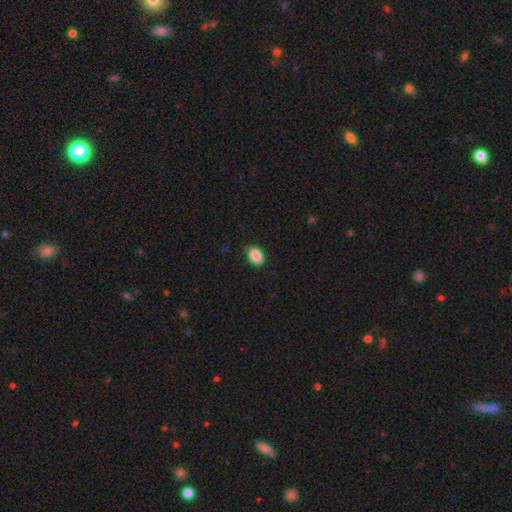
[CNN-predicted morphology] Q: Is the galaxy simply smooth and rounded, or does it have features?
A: smooth — 89%.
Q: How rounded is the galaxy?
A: in between — 81%.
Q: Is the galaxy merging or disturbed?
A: none — 77%.